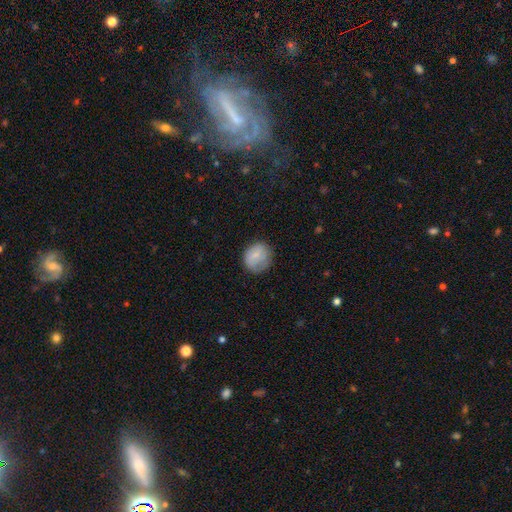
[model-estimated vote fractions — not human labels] smooth 75%, featured or disk 18%, star or artifact 8%. Down the decision tree: how rounded — round (79%); merging — none (70%).